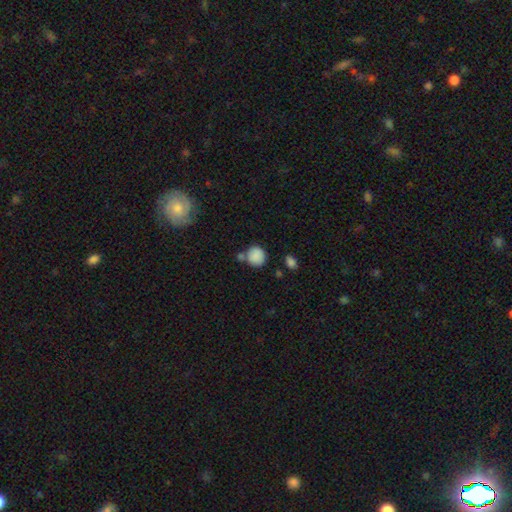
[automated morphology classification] Smooth or featured: smooth — 87% (star or artifact — 8%)
How rounded: round — 85% (in between — 14%)
Merging: none — 60% (merger — 20%)